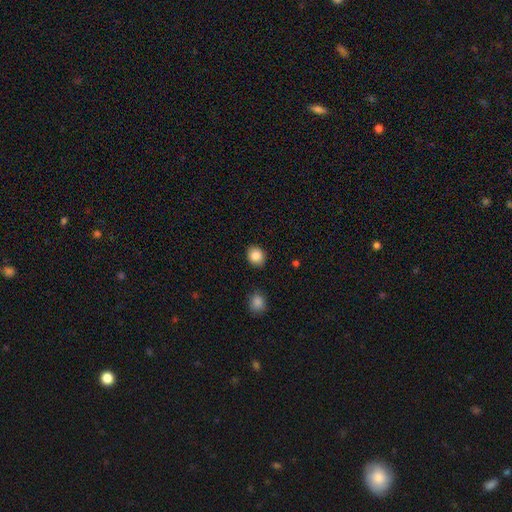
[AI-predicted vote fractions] smooth_or_featured: smooth (p=0.85) [alt: star or artifact p=0.09]
how_rounded: round (p=0.63) [alt: in between p=0.36]
merging: none (p=0.87) [alt: minor disturbance p=0.08]